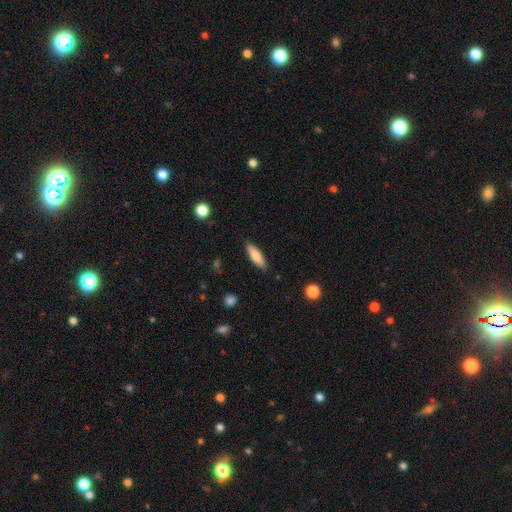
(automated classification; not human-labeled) The model was most divided on "how rounded": cigar-shaped: 62%, in between: 36%, round: 2%. More confident: merging — none (87%); smooth or featured — smooth (74%).